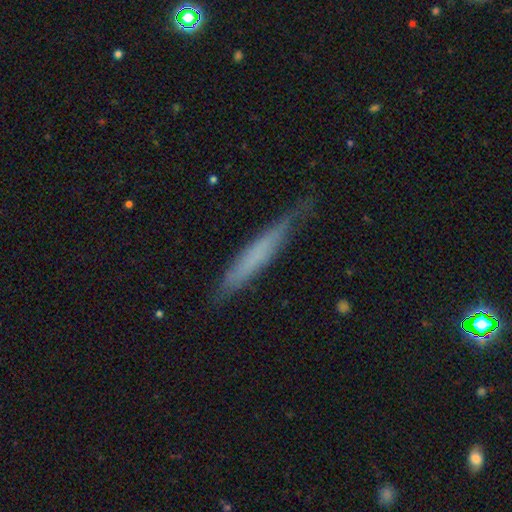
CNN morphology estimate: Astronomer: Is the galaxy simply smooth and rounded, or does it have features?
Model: smooth — 52% (runner-up: featured or disk, 40%).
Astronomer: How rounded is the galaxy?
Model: cigar-shaped — 94%.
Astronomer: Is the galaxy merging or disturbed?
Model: none — 75%.